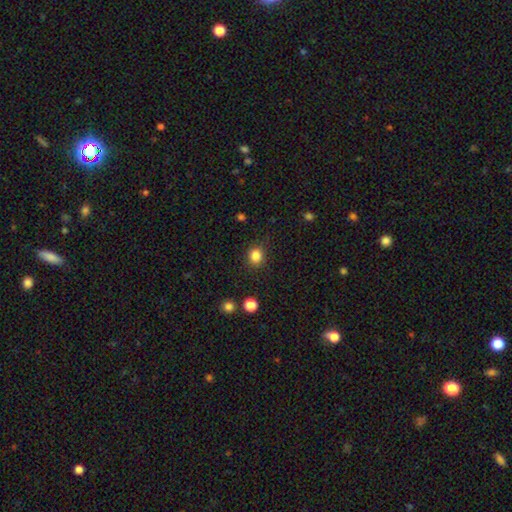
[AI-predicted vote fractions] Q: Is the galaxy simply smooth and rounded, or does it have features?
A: smooth — 84%.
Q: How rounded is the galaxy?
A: round — 76%.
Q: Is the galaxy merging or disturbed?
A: none — 84%.